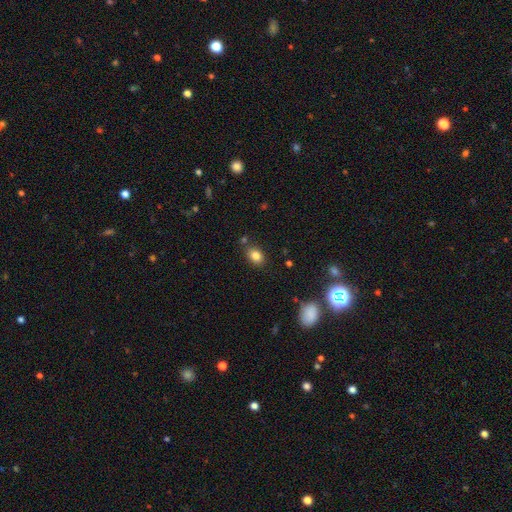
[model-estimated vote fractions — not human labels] Overall: smooth (83%). How rounded: in between (73%). Merging: none (79%).